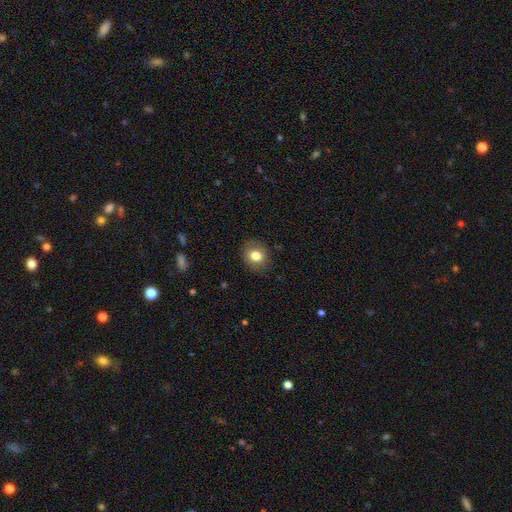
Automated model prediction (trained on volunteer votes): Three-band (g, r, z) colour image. It shows a smooth galaxy with no disk features (79%) that is round (69%). Merging: none (86%).